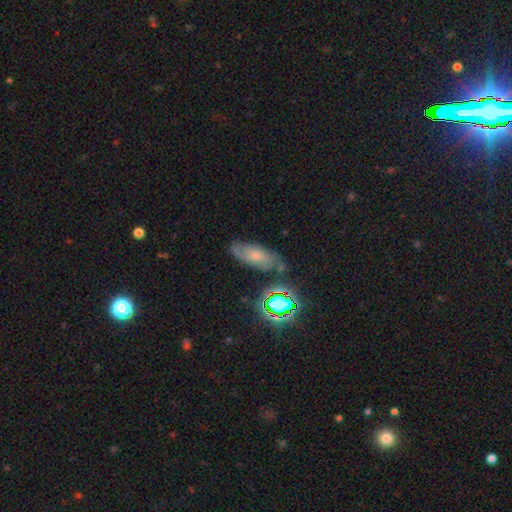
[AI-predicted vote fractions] This is possibly a featured or disk galaxy (46%). Merging: likely none (64%).